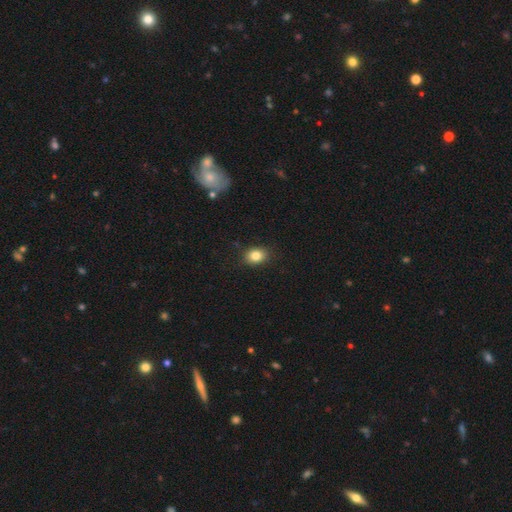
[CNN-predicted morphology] type=smooth (83%); roundness=in between (56%); merging=none (87%).